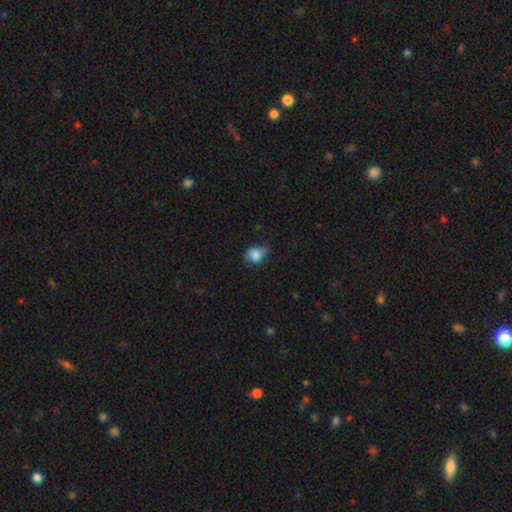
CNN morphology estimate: Q: Smooth or featured?
A: smooth (80%); runner-up: featured or disk (11%)
Q: How rounded?
A: round (54%); runner-up: in between (45%)
Q: Merging?
A: none (47%); runner-up: minor disturbance (39%)